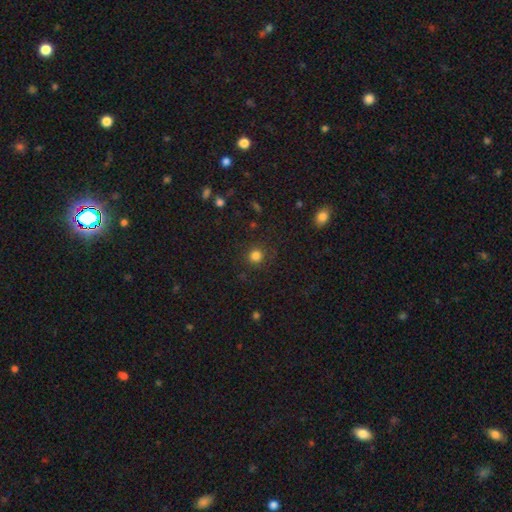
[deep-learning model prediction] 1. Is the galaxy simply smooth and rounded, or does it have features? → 82% smooth, 14% star or artifact, 4% featured or disk.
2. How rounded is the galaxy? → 92% round, 7% in between, 1% cigar-shaped.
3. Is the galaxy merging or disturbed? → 86% none, 9% minor disturbance, 4% major disturbance, 1% merger.